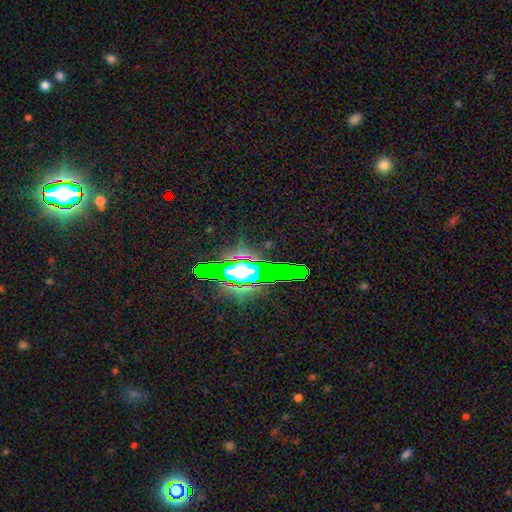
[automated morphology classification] Q: Smooth or featured?
A: star or artifact (54%); runner-up: featured or disk (29%)